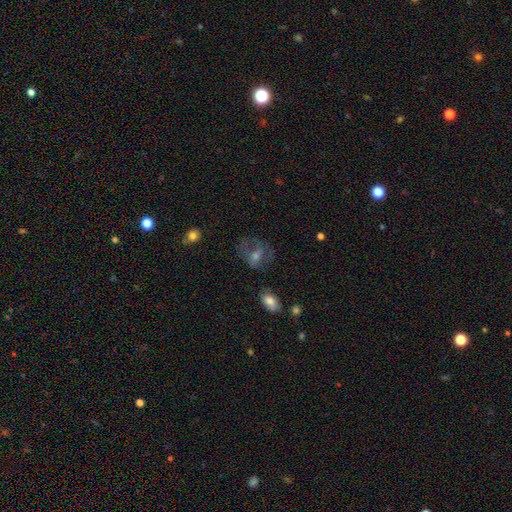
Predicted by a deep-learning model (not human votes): Morphology: type=featured or disk (48%); merging=none (59%).